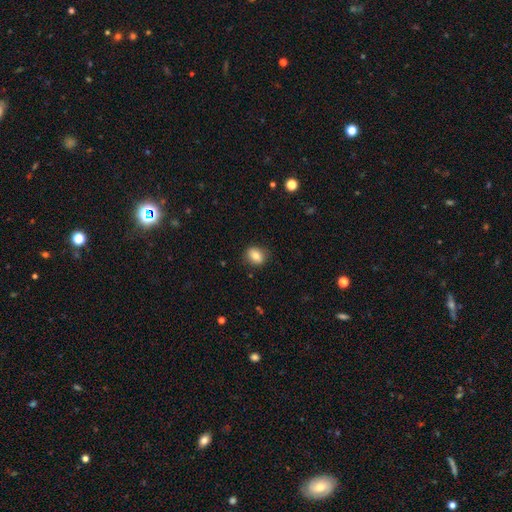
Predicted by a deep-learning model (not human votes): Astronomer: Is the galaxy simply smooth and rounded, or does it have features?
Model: smooth — 79%.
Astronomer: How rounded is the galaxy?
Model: round — 54% (runner-up: in between, 45%).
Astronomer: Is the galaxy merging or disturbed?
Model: none — 85%.